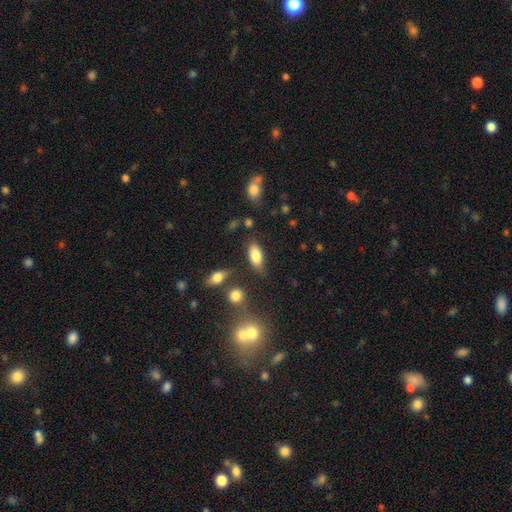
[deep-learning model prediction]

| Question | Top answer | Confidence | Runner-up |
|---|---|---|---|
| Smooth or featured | smooth | 82% | featured or disk (10%) |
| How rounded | in between | 87% | cigar-shaped (10%) |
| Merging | none | 73% | minor disturbance (17%) |